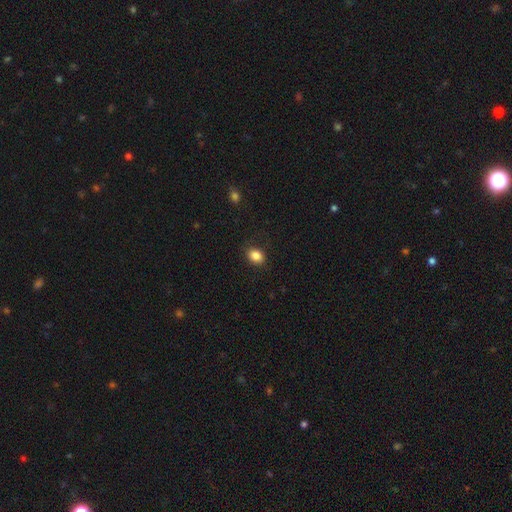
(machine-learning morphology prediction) This is clearly a smooth galaxy (86%). How rounded: likely in between (61%). Merging: clearly none (84%).